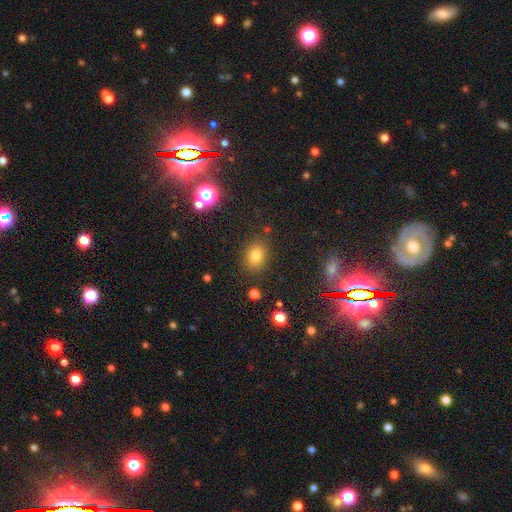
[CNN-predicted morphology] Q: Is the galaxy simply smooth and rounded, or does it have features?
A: smooth — 76%.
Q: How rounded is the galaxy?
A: in between — 55%.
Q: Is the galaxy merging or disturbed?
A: none — 82%.